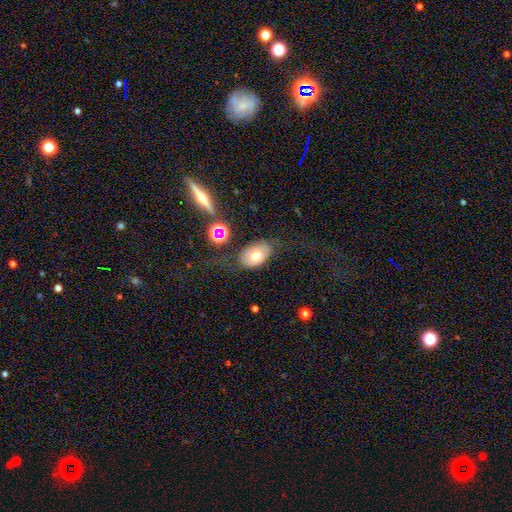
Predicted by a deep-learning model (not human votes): Morphology: type=smooth (67%); roundness=in between (87%); merging=none (67%).